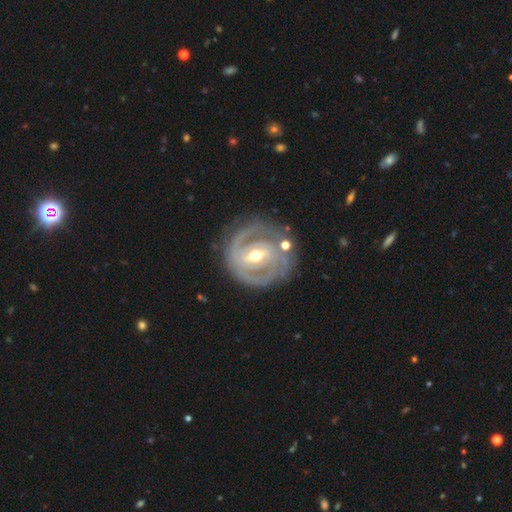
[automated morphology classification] A featured or disk galaxy (89%) with a weak bar (45%), 2 (45%) tight (75%) spiral arms (95%) and a moderate central bulge (68%). Merging: none (74%).